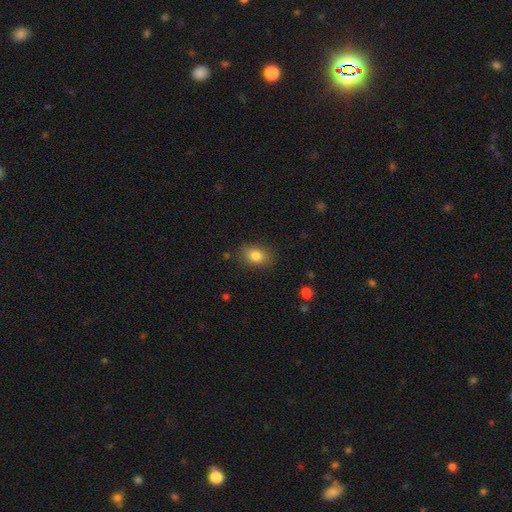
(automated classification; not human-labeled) The model was most divided on "how rounded": in between: 79%, round: 20%, cigar-shaped: 2%. More confident: merging — none (84%); smooth or featured — smooth (82%).